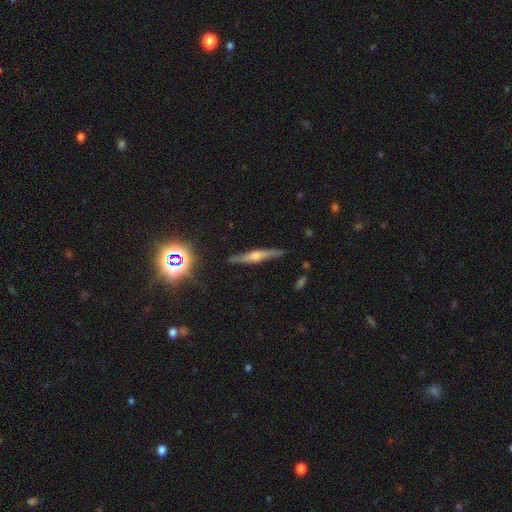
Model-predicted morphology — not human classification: Smooth or featured? Predicted: featured or disk (p=0.68). Edge-on disk? Predicted: yes (p=0.96). Edge-on bulge? Predicted: rounded (p=0.86). Merging? Predicted: none (p=0.88).